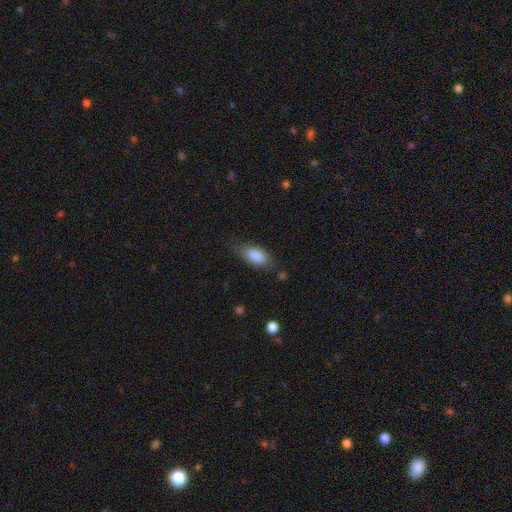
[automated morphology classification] smooth_or_featured: smooth (p=0.87) [alt: star or artifact p=0.07]
how_rounded: in between (p=0.89) [alt: cigar-shaped p=0.08]
merging: none (p=0.72) [alt: minor disturbance p=0.20]